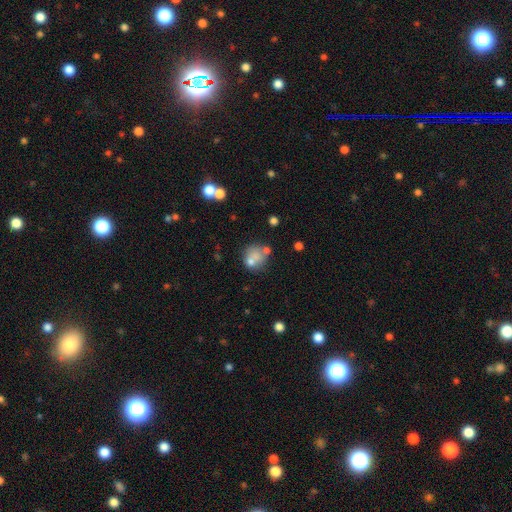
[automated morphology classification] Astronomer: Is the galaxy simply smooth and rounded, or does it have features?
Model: smooth — 67%.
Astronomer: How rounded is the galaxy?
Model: round — 74%.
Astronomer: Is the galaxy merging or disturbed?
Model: none — 43% (runner-up: merger, 29%).